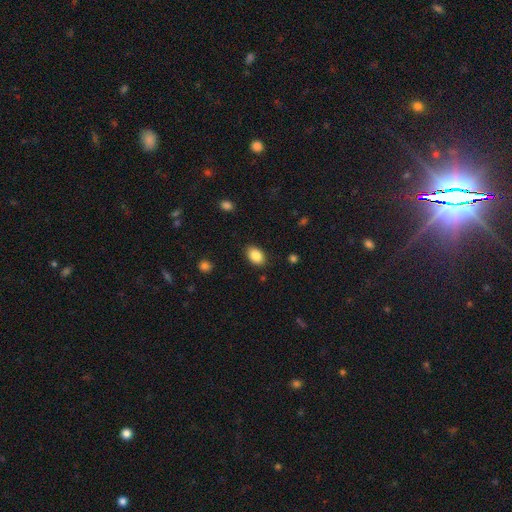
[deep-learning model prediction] Q: Smooth or featured?
A: smooth (86%); runner-up: star or artifact (8%)
Q: How rounded?
A: in between (86%); runner-up: round (13%)
Q: Merging?
A: none (86%); runner-up: minor disturbance (10%)